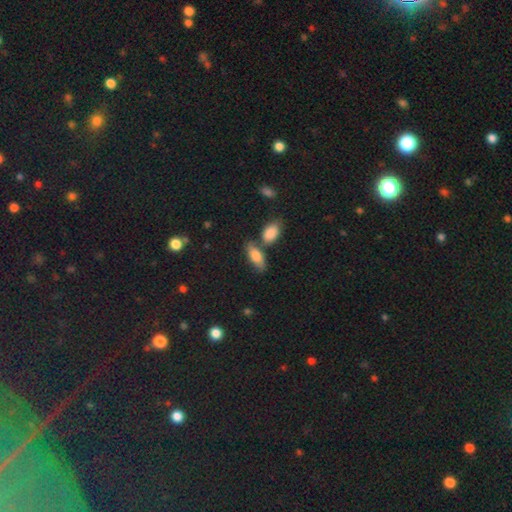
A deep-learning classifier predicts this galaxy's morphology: smooth_or_featured: smooth (p=0.77) [alt: featured or disk p=0.15]
how_rounded: in between (p=0.83) [alt: cigar-shaped p=0.13]
merging: none (p=0.57) [alt: merger p=0.22]